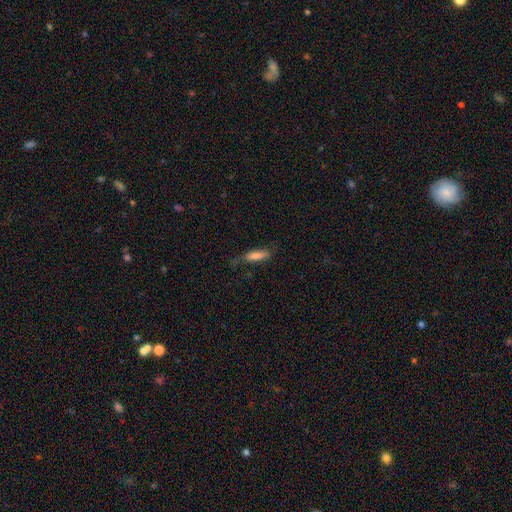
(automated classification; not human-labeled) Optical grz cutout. It shows a smooth galaxy with no disk features (70%) that is cigar-shaped (65%). Merging: none (65%).